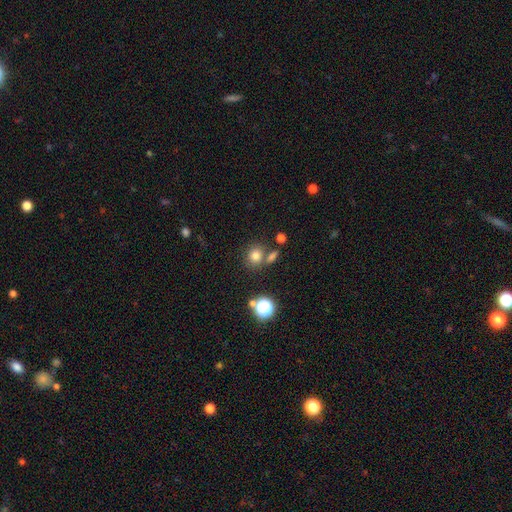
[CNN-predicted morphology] smooth_or_featured: smooth (p=0.76) [alt: star or artifact p=0.16]
how_rounded: round (p=0.77) [alt: in between p=0.21]
merging: none (p=0.66) [alt: merger p=0.18]